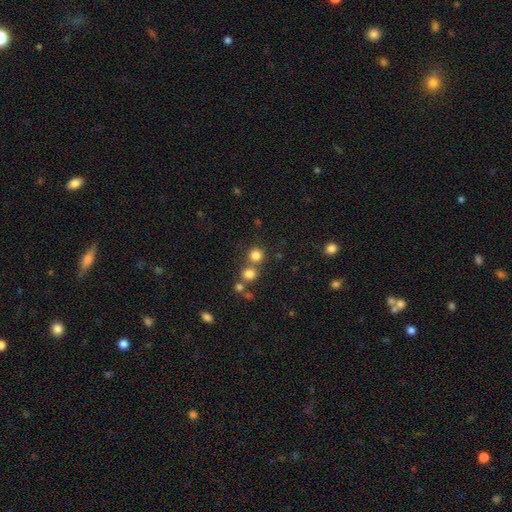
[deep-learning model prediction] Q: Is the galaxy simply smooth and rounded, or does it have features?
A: smooth — 79%.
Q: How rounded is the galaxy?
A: round — 91%.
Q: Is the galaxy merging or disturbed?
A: none — 65%.